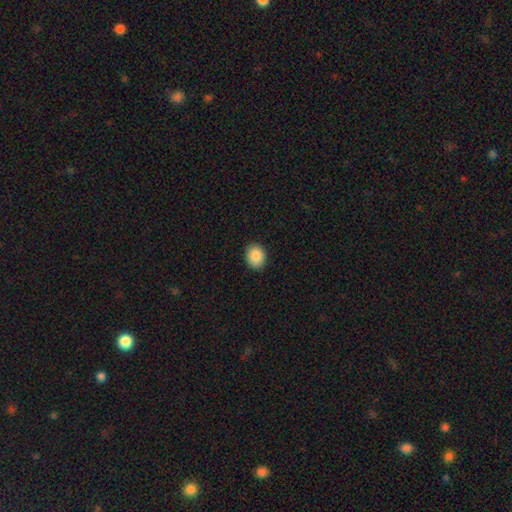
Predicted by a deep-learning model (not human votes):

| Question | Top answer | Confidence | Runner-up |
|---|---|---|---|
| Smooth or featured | smooth | 87% | star or artifact (8%) |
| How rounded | in between | 51% | round (48%) |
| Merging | none | 89% | minor disturbance (8%) |